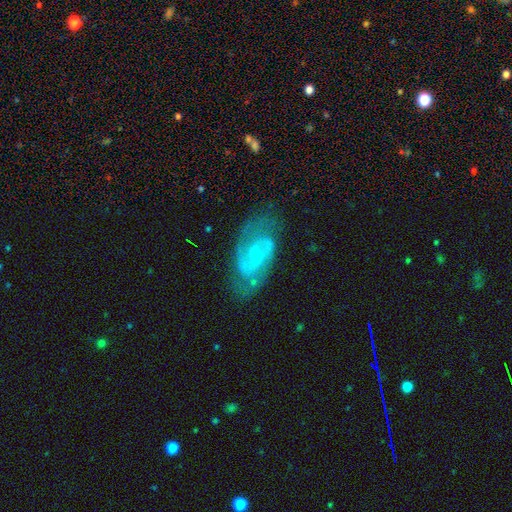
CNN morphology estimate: Smooth or featured: featured or disk — 87% (smooth — 7%)
Edge-on disk: no — 97% (yes — 3%)
Bar: weak — 53% (no — 34%)
Spiral arms: yes — 96% (no — 4%)
Spiral winding: medium — 57% (tight — 30%)
Spiral arm count: 2 — 88% (can't tell — 5%)
Bulge size: small — 68% (moderate — 25%)
Merging: none — 74% (minor disturbance — 18%)